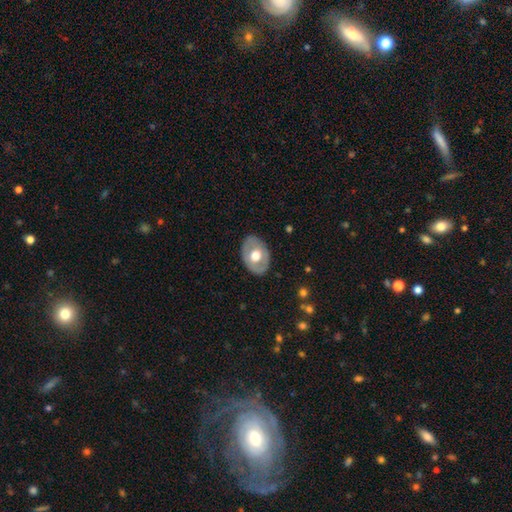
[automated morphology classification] Smooth or featured: smooth — 50% (featured or disk — 45%)
Merging: none — 83% (minor disturbance — 13%)